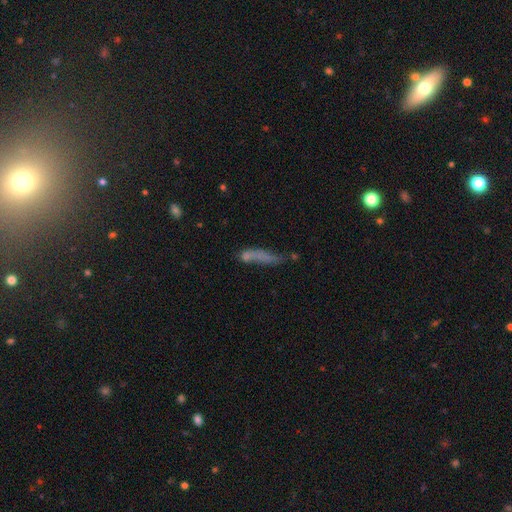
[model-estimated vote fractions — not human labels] This appears to be a smooth galaxy with no disk features (57%) that is cigar-shaped (79%). Merging: none (43%).